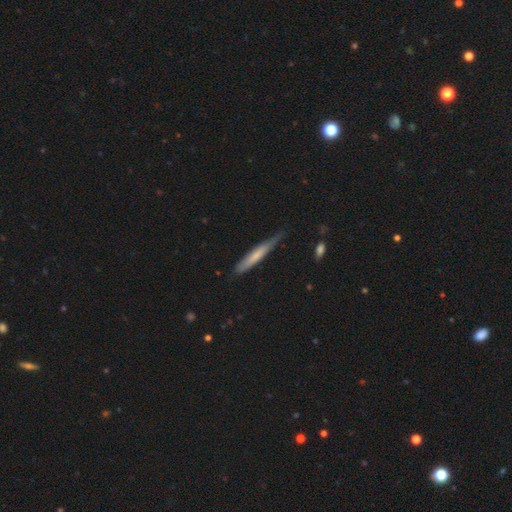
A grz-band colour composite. It shows a smooth galaxy with no disk features (75%) that is cigar-shaped (100%). Merging: none (67%).